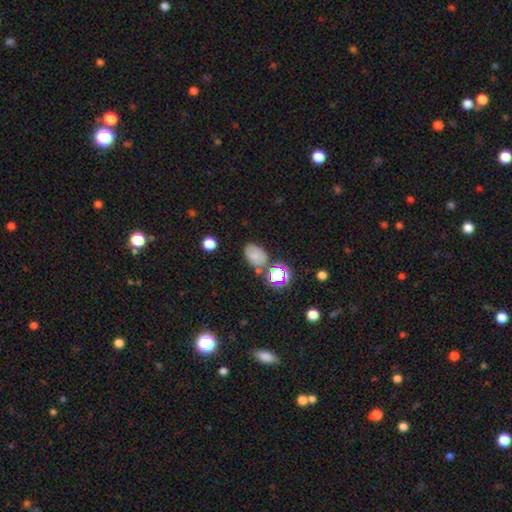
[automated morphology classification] Q: Smooth or featured?
A: smooth (69%); runner-up: star or artifact (18%)
Q: How rounded?
A: in between (82%); runner-up: round (17%)
Q: Merging?
A: none (64%); runner-up: minor disturbance (19%)